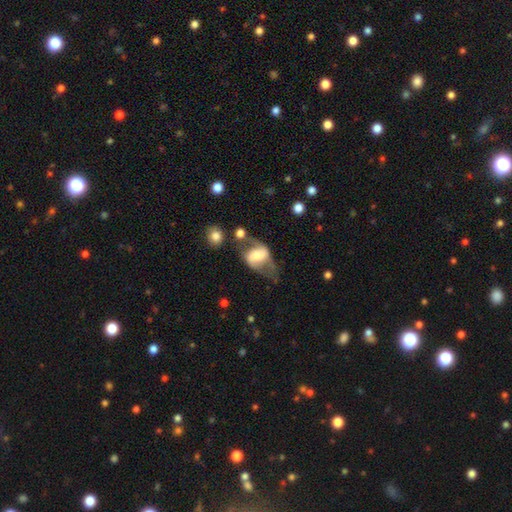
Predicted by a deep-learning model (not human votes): Smooth or featured?
  - featured or disk: 56% *
  - smooth: 36%
  - star or artifact: 7%
Edge-on disk?
  - no: 91% *
  - yes: 9%
Bar?
  - strong: 39% *
  - weak: 31%
  - no: 29%
Spiral arms?
  - yes: 59% *
  - no: 41%
Bulge size?
  - moderate: 32% *
  - large: 29%
  - small: 22%
  - none: 10%
  - dominant: 8%
Merging?
  - none: 33% *
  - major disturbance: 32%
  - minor disturbance: 23%
  - merger: 11%